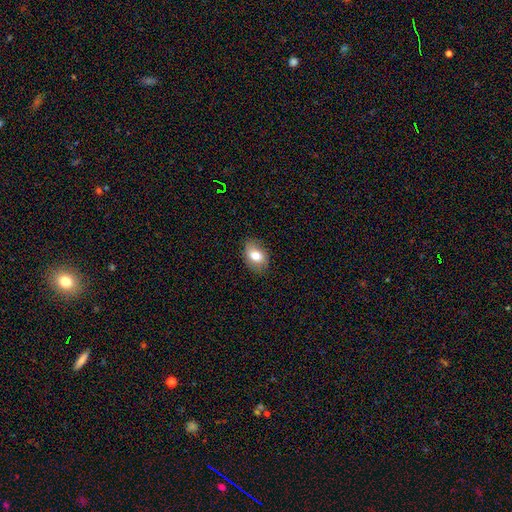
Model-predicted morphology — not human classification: This is likely a smooth galaxy (77%). How rounded: clearly in between (80%). Merging: clearly none (81%).